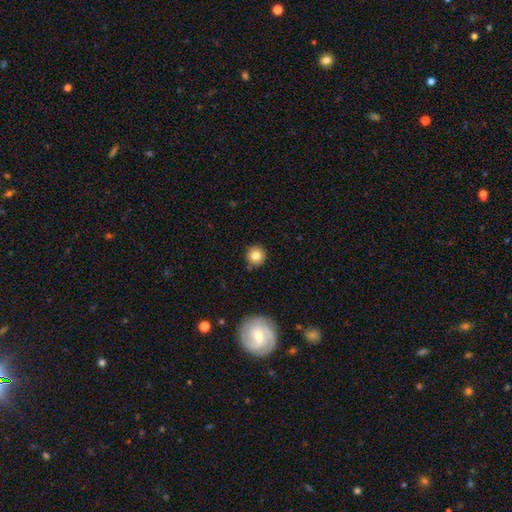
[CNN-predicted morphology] This appears to be a smooth galaxy with no disk features (81%) that is round (94%). Merging: none (89%).